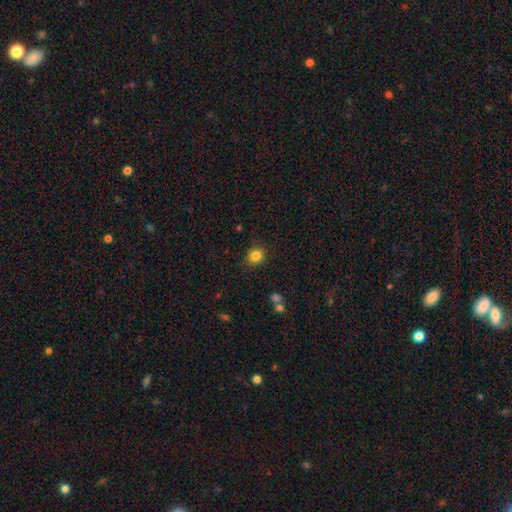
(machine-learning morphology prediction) Smooth or featured: smooth — 84% (star or artifact — 11%)
How rounded: round — 77% (in between — 23%)
Merging: none — 85% (minor disturbance — 11%)